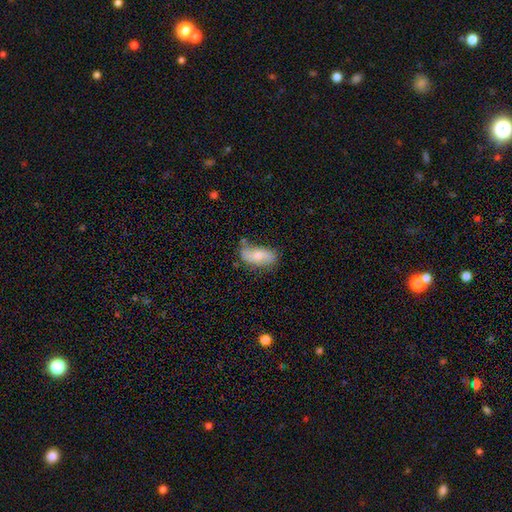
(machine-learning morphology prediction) The model was most divided on "smooth or featured": smooth: 61%, featured or disk: 32%, star or artifact: 7%. More confident: how rounded — in between (87%); merging — none (61%).